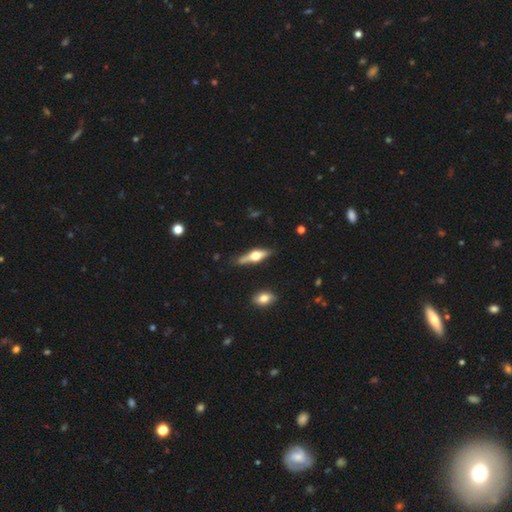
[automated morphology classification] A featured or disk galaxy (62%) viewed edge-on (94%) with a rounded central bulge (93%).

Vote fractions:
- Smooth or featured? featured or disk: 62% / smooth: 32% / star or artifact: 6%
- Edge-on disk? yes: 94% / no: 6%
- Edge-on bulge? rounded: 93% / boxy: 5% / none: 2%
- Merging? none: 76% / minor disturbance: 16% / major disturbance: 4% / merger: 4%